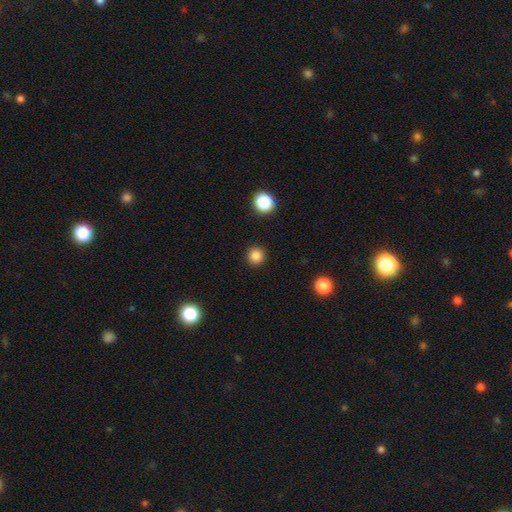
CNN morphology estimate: smooth_or_featured: smooth (p=0.84) [alt: star or artifact p=0.12]
how_rounded: round (p=0.94) [alt: in between p=0.05]
merging: none (p=0.92) [alt: minor disturbance p=0.05]